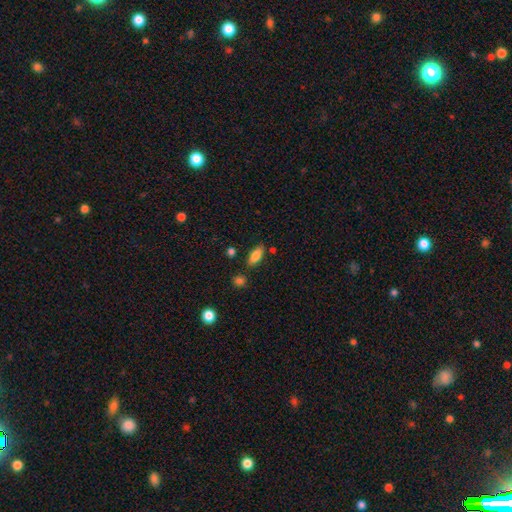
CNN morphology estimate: The model was most divided on "how rounded": in between: 81%, cigar-shaped: 16%, round: 3%. More confident: smooth or featured — smooth (82%); merging — none (79%).